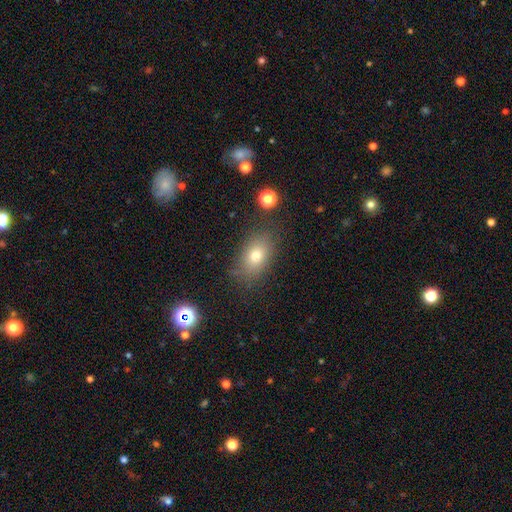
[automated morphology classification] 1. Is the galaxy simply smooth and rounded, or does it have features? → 73% smooth, 14% featured or disk, 12% star or artifact.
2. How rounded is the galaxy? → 80% in between, 18% round, 2% cigar-shaped.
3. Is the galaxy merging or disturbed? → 79% none, 13% minor disturbance, 5% major disturbance, 2% merger.